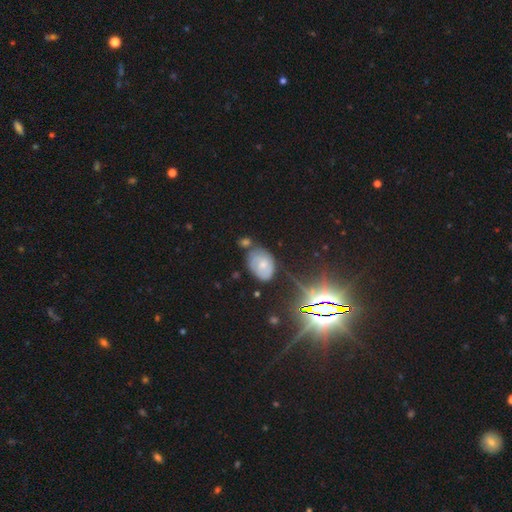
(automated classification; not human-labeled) Smooth or featured: smooth — 39% (featured or disk — 32%)
Merging: none — 60% (minor disturbance — 24%)